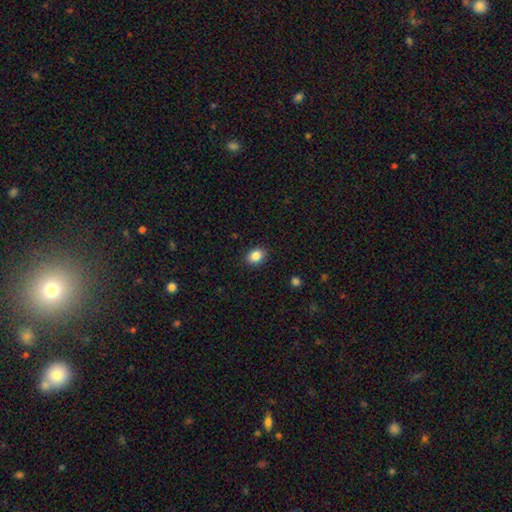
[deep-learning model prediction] smooth-or-featured: smooth: 87% | star or artifact: 9% | featured or disk: 4%
  how-rounded: in between: 60% | round: 39% | cigar-shaped: 1%
  merging: none: 90% | minor disturbance: 7% | major disturbance: 2% | merger: 1%